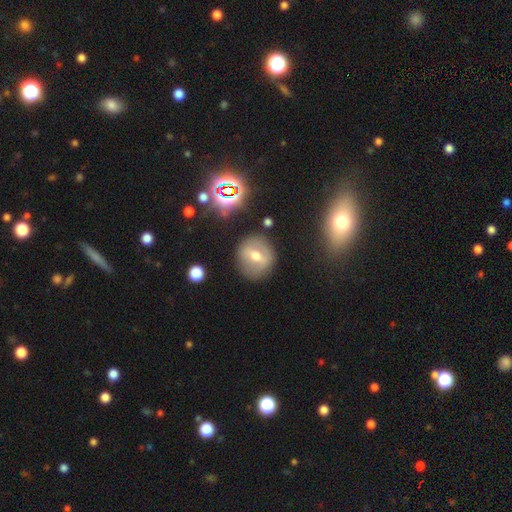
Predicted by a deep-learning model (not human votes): Smooth or featured? featured or disk (50%)
Edge-on disk? no (90%)
Merging? none (79%)